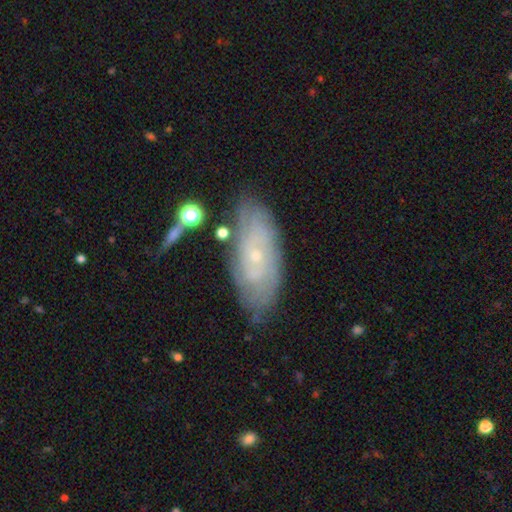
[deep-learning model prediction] This is likely a featured or disk galaxy (67%). It is clearly not viewed edge-on (89%). Bar: clearly no (81%). Spiral arm pattern: likely yes (79%). Central bulge: clearly small (84%). Merging: likely none (73%).